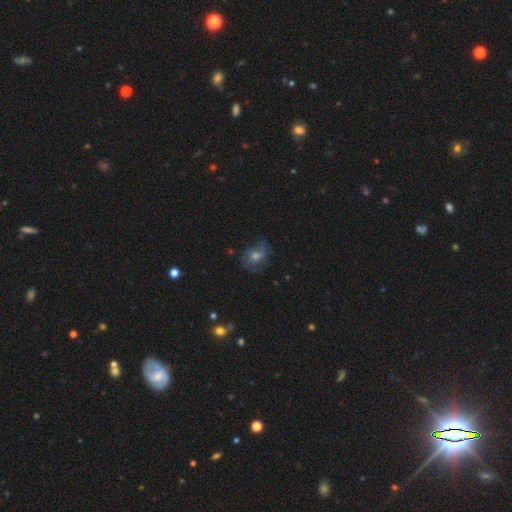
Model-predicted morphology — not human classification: Overall: featured or disk (49%; smooth 33%). Merging: none (63%).